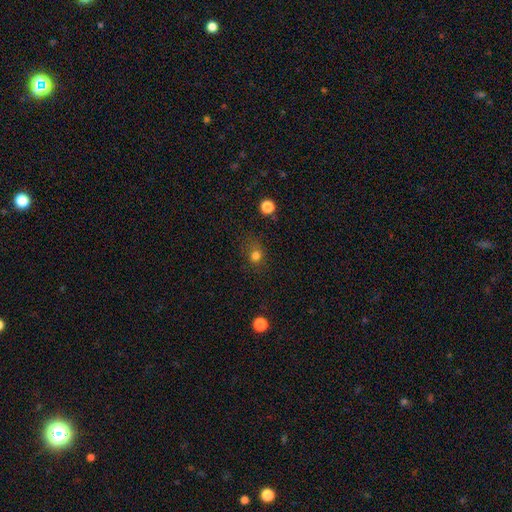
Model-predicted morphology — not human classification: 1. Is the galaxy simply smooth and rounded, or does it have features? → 76% smooth, 18% star or artifact, 6% featured or disk.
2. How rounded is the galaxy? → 78% round, 21% in between, 1% cigar-shaped.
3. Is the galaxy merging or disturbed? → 71% none, 18% minor disturbance, 9% major disturbance, 3% merger.